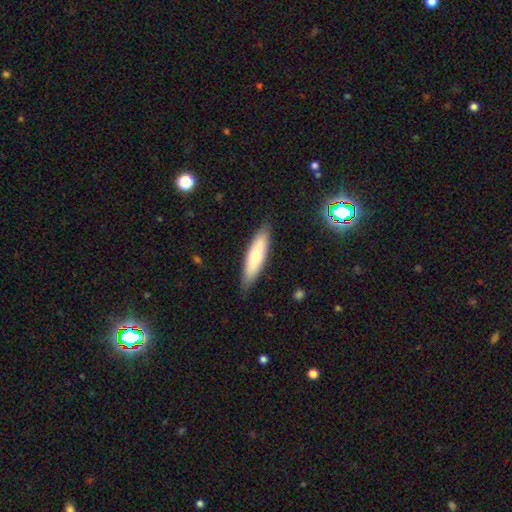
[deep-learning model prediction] smooth 61%, featured or disk 34%, star or artifact 5%. Down the decision tree: how rounded — cigar-shaped (61%); merging — none (85%).